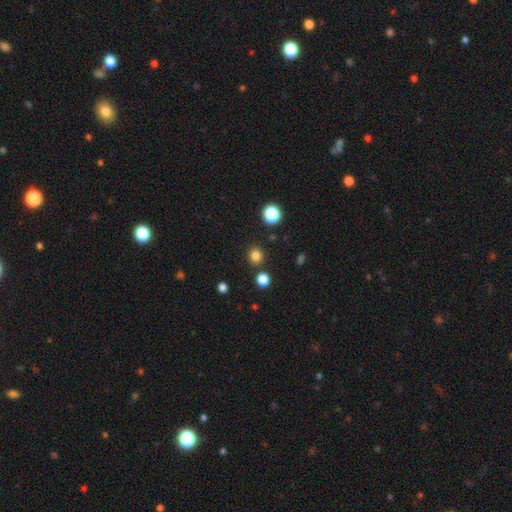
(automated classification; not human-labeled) Smooth or featured: smooth — 82% (star or artifact — 14%)
How rounded: round — 85% (in between — 14%)
Merging: none — 87% (minor disturbance — 7%)